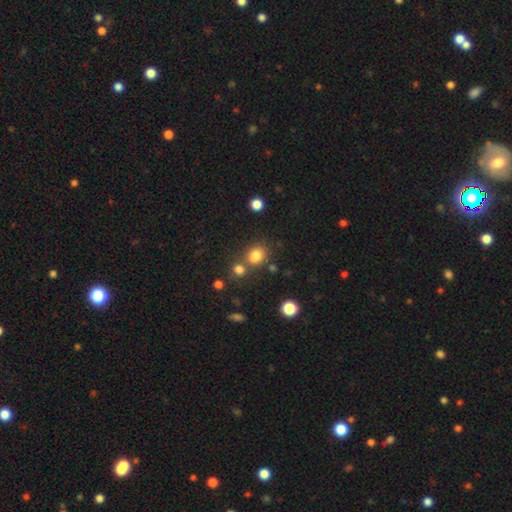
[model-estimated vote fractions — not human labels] smooth-or-featured: smooth: 79% | star or artifact: 14% | featured or disk: 7%
  how-rounded: round: 64% | in between: 35% | cigar-shaped: 1%
  merging: none: 59% | merger: 26% | minor disturbance: 11% | major disturbance: 4%